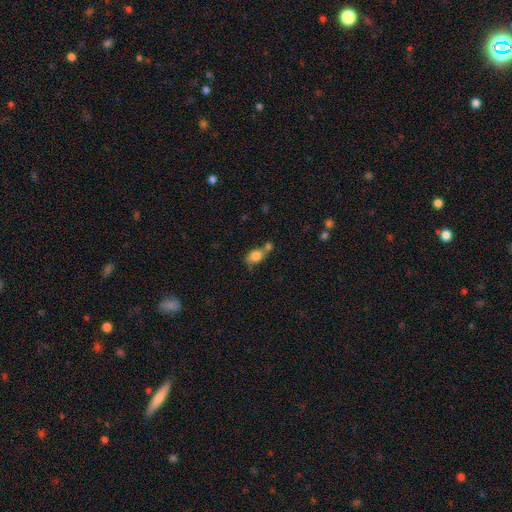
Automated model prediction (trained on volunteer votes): The model was most divided on "merging" (2-way tie): merger: 39%, none: 39%, minor disturbance: 16%, major disturbance: 6%. More confident: smooth or featured — smooth (78%); how rounded — in between (66%).